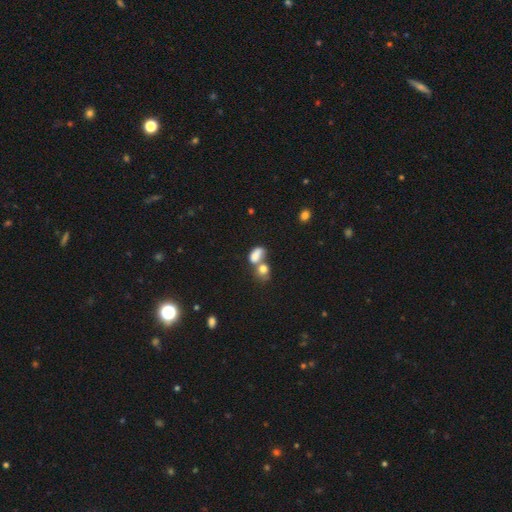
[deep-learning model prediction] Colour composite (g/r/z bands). It shows a smooth galaxy with no disk features (79%) that is in between round and cigar-shaped (80%). Merging: merger (57%).